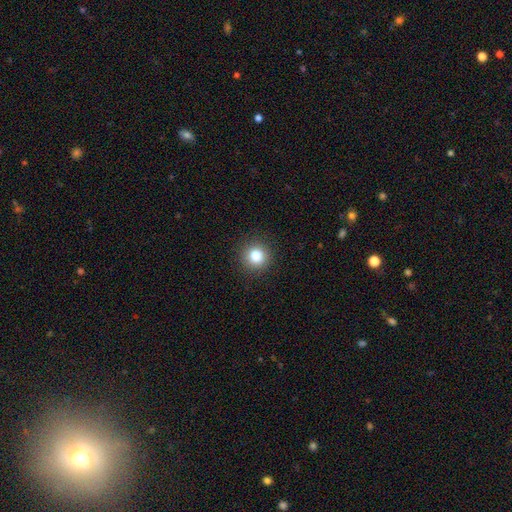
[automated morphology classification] Smooth or featured? smooth (83%)
How rounded? round (93%)
Merging? none (91%)